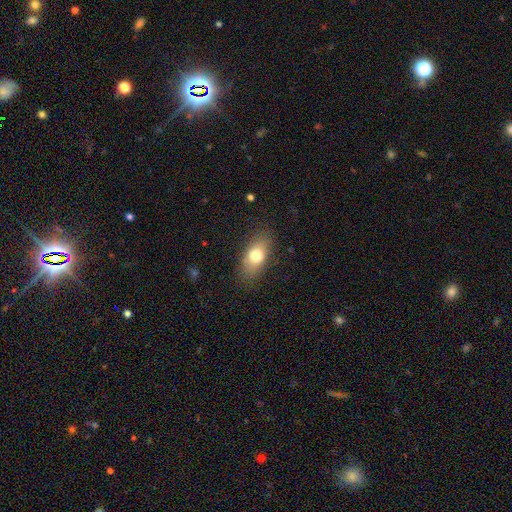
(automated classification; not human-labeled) Overall: smooth (74%). How rounded: in between (82%). Merging: none (81%).